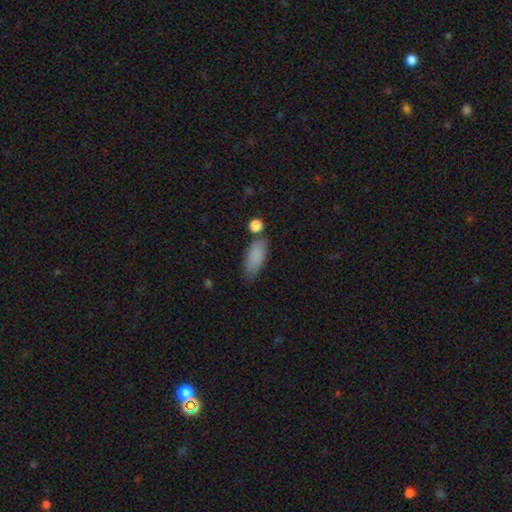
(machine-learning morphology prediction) Smooth or featured? Predicted: smooth (p=0.85). How rounded? Predicted: in between (p=0.81). Merging? Predicted: none (p=0.71).